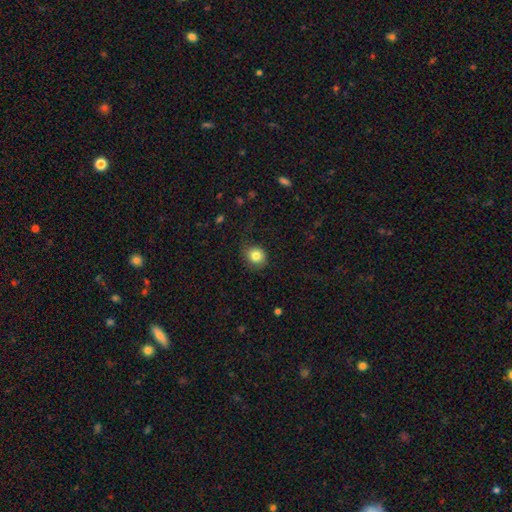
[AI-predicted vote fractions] smooth 83%, star or artifact 10%, featured or disk 7%. Down the decision tree: how rounded — round (81%); merging — none (78%).